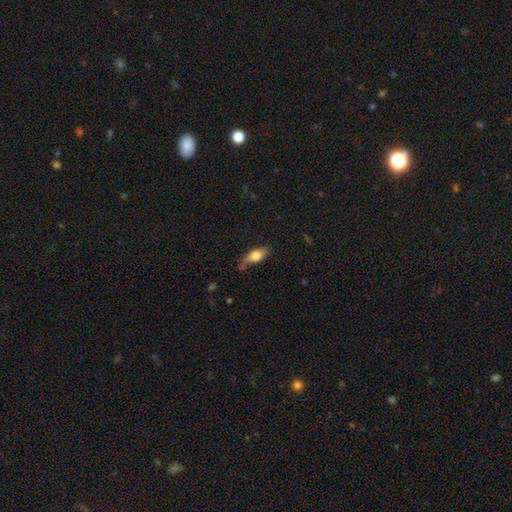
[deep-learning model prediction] Morphology: type=smooth (73%); roundness=in between (80%); merging=none (64%).